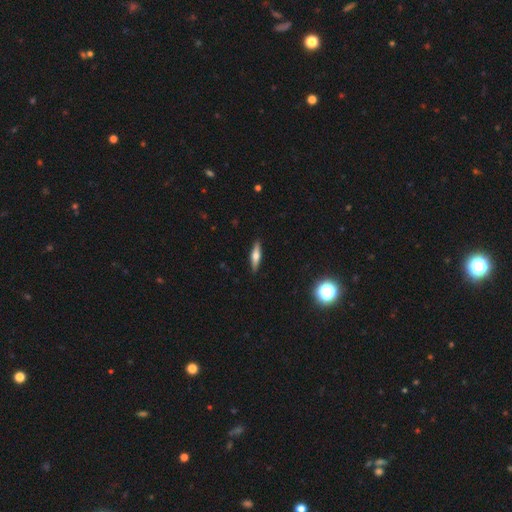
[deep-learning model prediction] Smooth or featured? Predicted: featured or disk (p=0.48). Merging? Predicted: none (p=0.90).